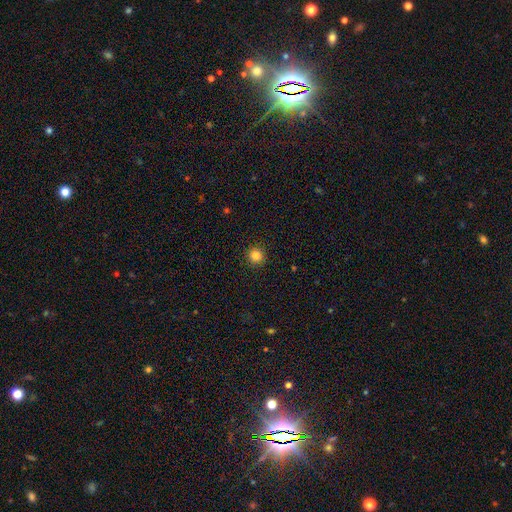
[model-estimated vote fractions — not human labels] This is clearly a smooth galaxy (84%). How rounded: clearly round (95%). Merging: clearly none (92%).